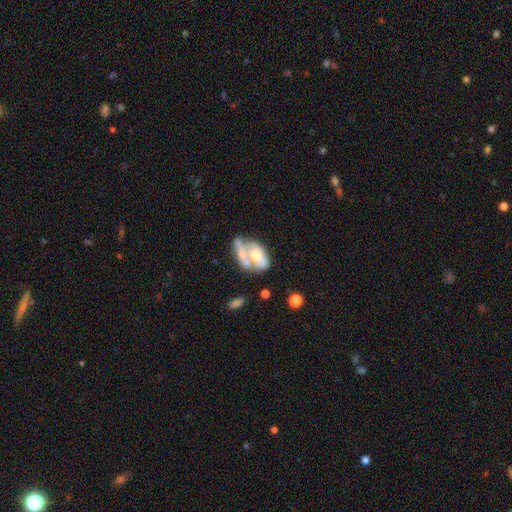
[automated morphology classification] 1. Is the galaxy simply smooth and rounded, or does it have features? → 50% featured or disk, 42% smooth, 8% star or artifact.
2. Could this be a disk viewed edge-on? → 94% no, 6% yes.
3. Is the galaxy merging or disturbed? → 46% merger, 19% none, 19% major disturbance, 16% minor disturbance.